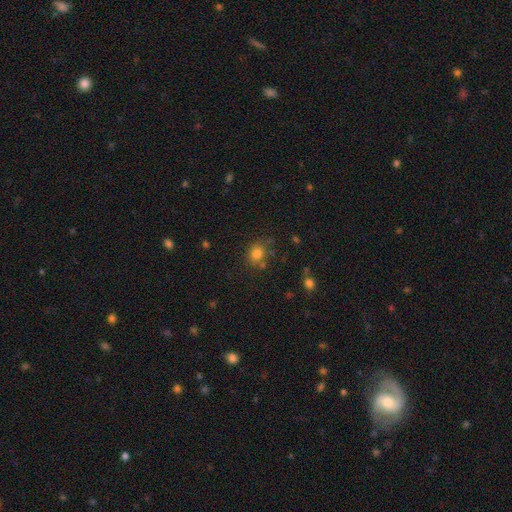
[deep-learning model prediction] Smooth or featured?
  - smooth: 72% *
  - star or artifact: 21%
  - featured or disk: 7%
How rounded?
  - round: 79% *
  - in between: 20%
  - cigar-shaped: 1%
Merging?
  - none: 74% *
  - minor disturbance: 15%
  - merger: 7%
  - major disturbance: 5%